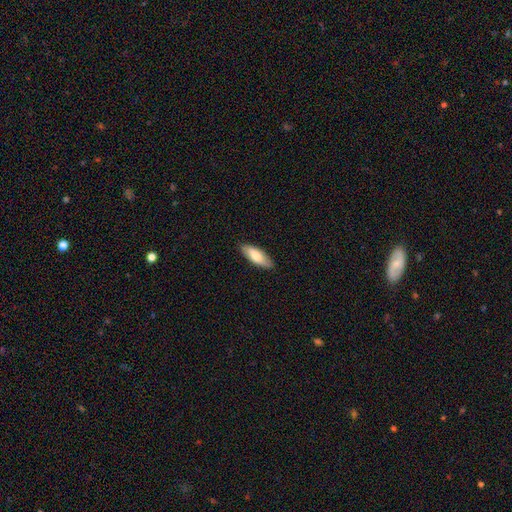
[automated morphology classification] type=smooth (77%); roundness=in between (68%); merging=none (86%).